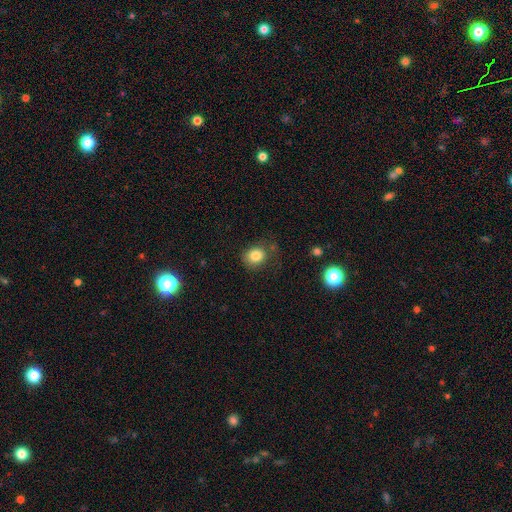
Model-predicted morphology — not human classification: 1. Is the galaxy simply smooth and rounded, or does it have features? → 82% smooth, 11% star or artifact, 7% featured or disk.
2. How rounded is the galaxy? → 68% round, 31% in between, 1% cigar-shaped.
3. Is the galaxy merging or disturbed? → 69% none, 20% minor disturbance, 8% major disturbance, 3% merger.